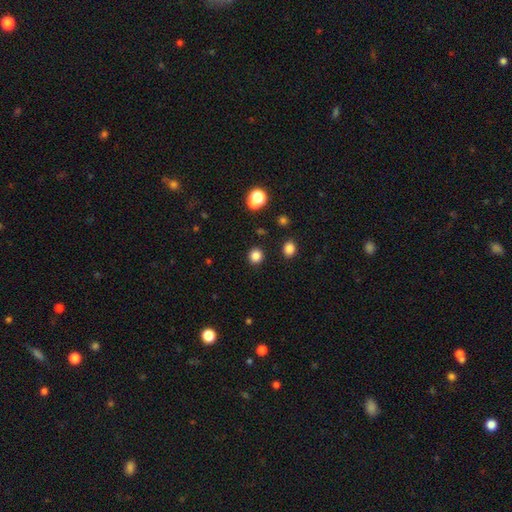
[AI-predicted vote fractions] This appears to be a smooth galaxy with no disk features (83%) that is round (89%). Merging: none (90%).